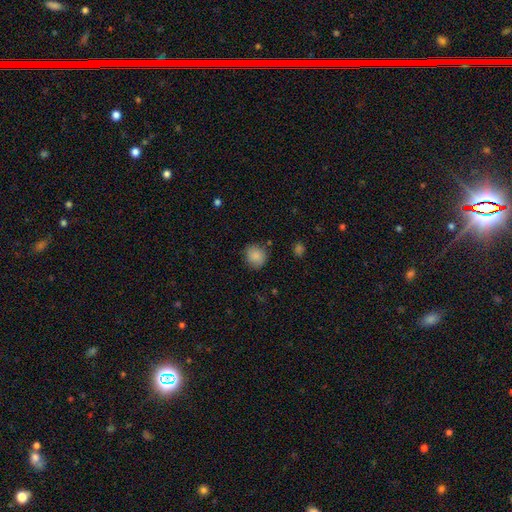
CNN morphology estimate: Q: Smooth or featured?
A: smooth (87%); runner-up: star or artifact (9%)
Q: How rounded?
A: round (85%); runner-up: in between (14%)
Q: Merging?
A: none (84%); runner-up: minor disturbance (11%)